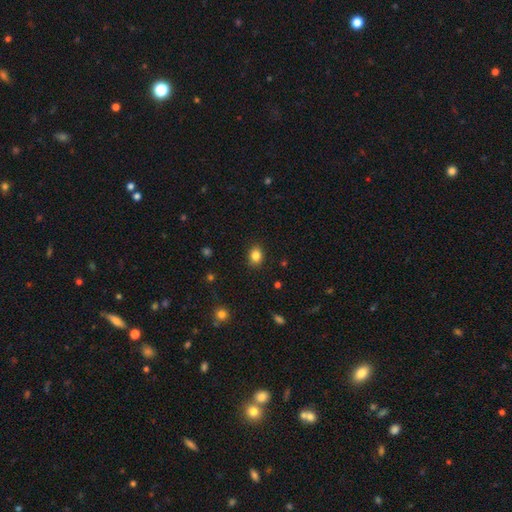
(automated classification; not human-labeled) smooth-or-featured: smooth: 84% | star or artifact: 10% | featured or disk: 5%
  how-rounded: in between: 50% | round: 49% | cigar-shaped: 1%
  merging: none: 89% | minor disturbance: 8% | major disturbance: 2% | merger: 1%